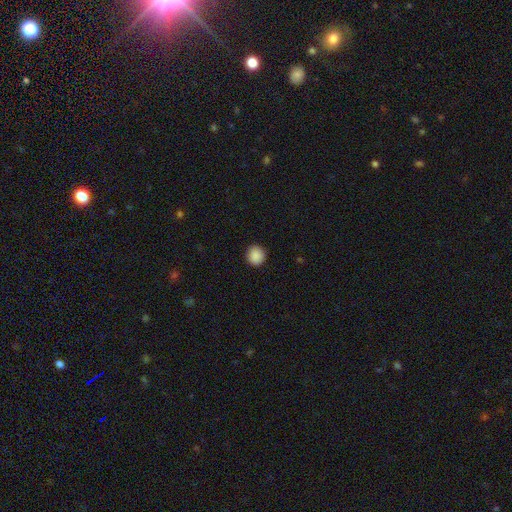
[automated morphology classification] Q: Smooth or featured?
A: smooth (89%); runner-up: star or artifact (8%)
Q: How rounded?
A: round (91%); runner-up: in between (8%)
Q: Merging?
A: none (91%); runner-up: minor disturbance (6%)